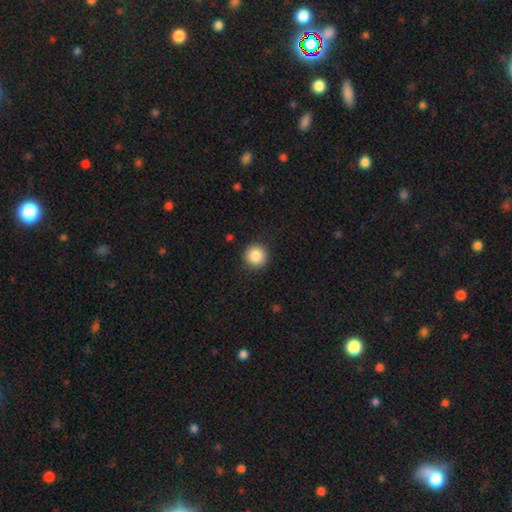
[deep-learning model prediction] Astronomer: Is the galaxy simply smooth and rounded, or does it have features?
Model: smooth — 86%.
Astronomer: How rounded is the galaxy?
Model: round — 95%.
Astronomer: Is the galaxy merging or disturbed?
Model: none — 92%.